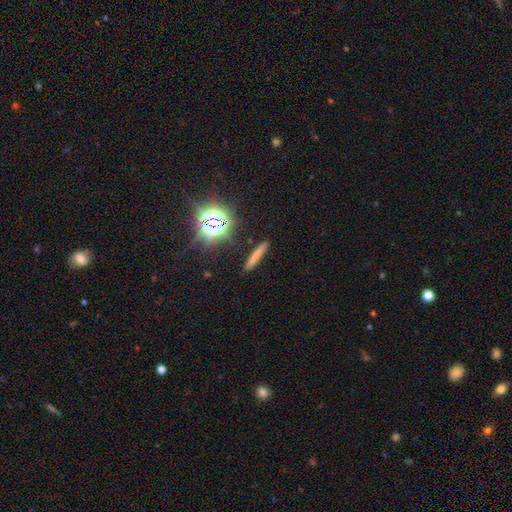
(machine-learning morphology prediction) Overall: smooth (63%). How rounded: cigar-shaped (92%). Merging: none (88%).